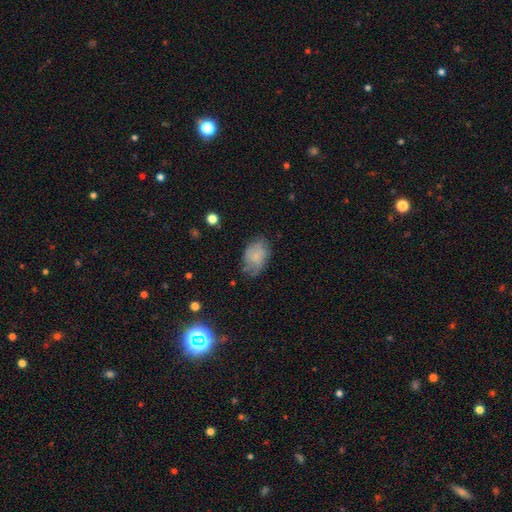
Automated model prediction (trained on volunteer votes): Smooth or featured? Predicted: smooth (p=0.64). How rounded? Predicted: in between (p=0.83). Merging? Predicted: none (p=0.57).